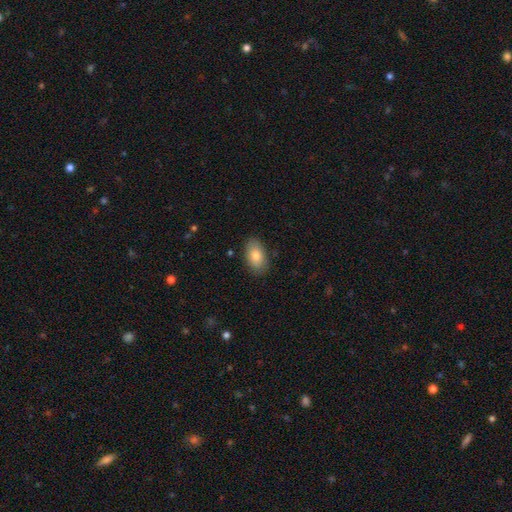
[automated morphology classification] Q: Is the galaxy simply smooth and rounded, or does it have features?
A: smooth — 82%.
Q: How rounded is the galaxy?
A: in between — 93%.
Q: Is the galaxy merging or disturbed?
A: none — 84%.